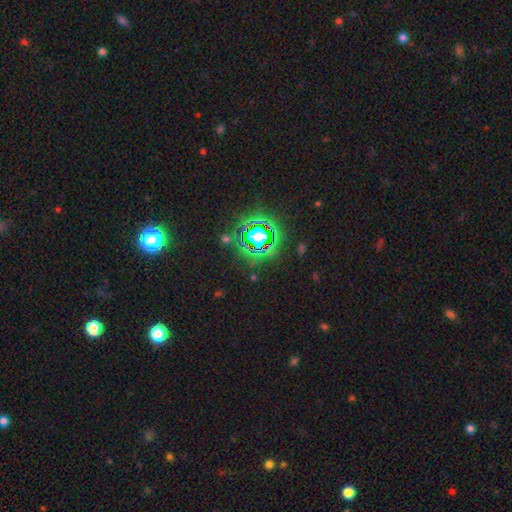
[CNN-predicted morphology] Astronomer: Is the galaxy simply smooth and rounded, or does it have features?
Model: star or artifact — 79%.